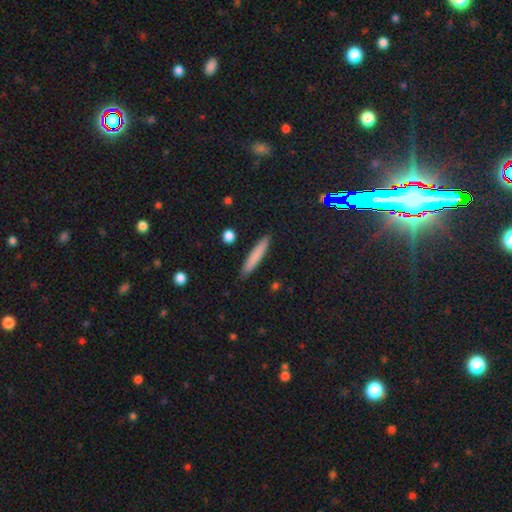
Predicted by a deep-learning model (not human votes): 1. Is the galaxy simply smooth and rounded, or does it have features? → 78% smooth, 15% featured or disk, 7% star or artifact.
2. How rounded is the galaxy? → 94% cigar-shaped, 5% in between, 1% round.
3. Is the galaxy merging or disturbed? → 89% none, 7% minor disturbance, 2% merger, 2% major disturbance.